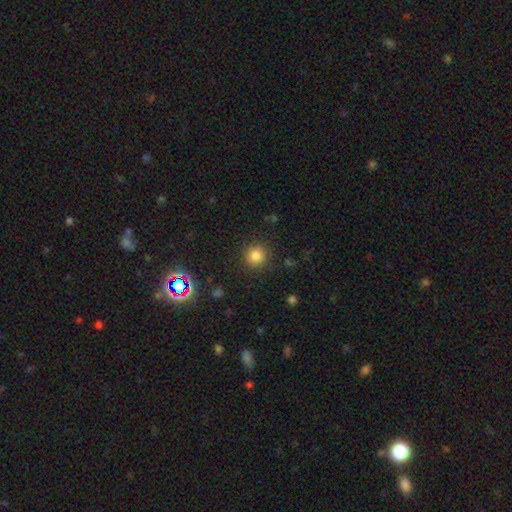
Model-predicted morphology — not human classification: type=smooth (83%); roundness=round (93%); merging=none (89%).